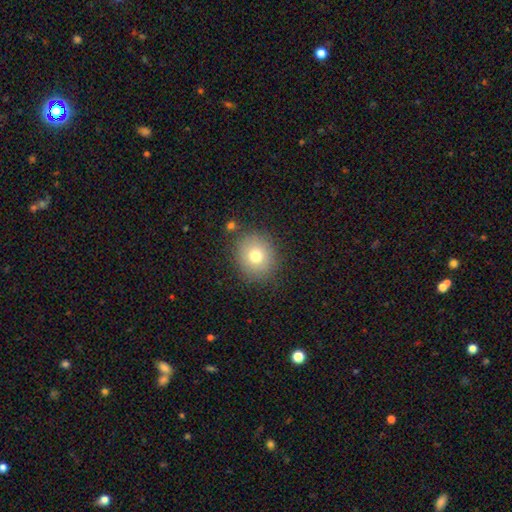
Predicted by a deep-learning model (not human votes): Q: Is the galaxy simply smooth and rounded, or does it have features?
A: smooth — 75%.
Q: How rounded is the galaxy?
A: round — 81%.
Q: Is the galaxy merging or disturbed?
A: none — 84%.